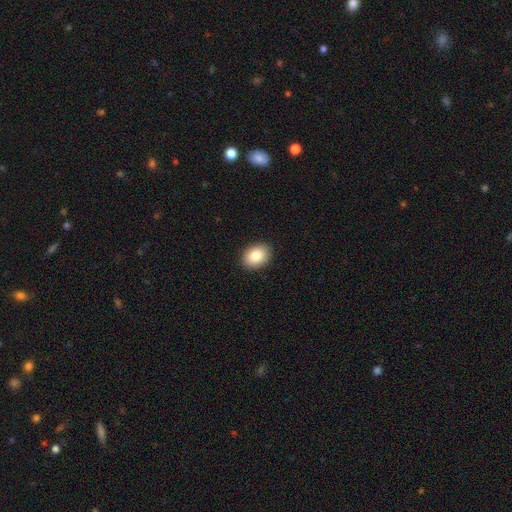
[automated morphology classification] This is clearly a smooth galaxy (85%). How rounded: likely in between (75%). Merging: clearly none (90%).